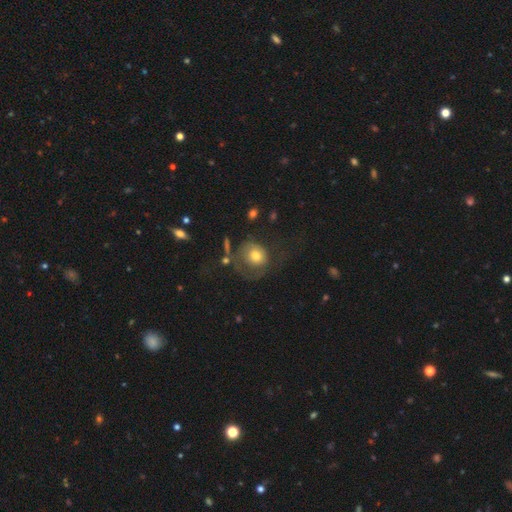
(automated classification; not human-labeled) This is likely a smooth galaxy (62%). How rounded: likely round (76%). Merging: marginally major disturbance (42%).